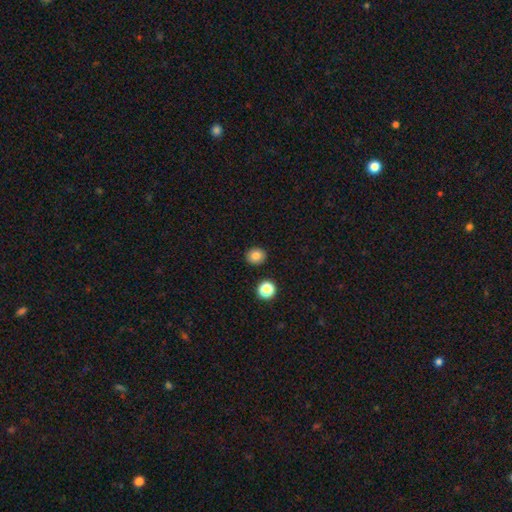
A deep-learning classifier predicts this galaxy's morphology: Smooth or featured? smooth (82%)
How rounded? round (79%)
Merging? none (90%)